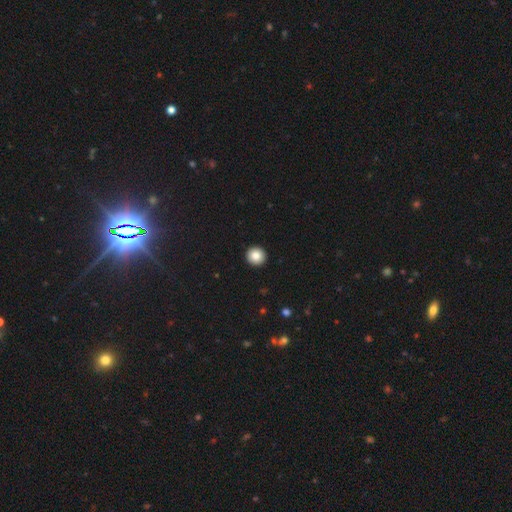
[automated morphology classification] This is clearly a smooth galaxy (86%). How rounded: clearly round (95%). Merging: clearly none (94%).